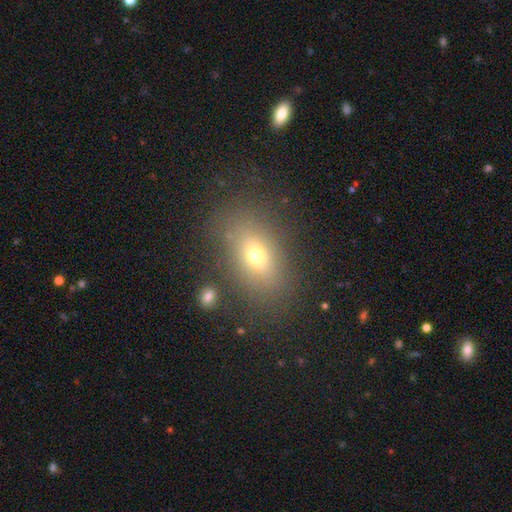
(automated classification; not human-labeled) This is likely a smooth galaxy (64%). How rounded: clearly in between (80%). Merging: likely none (78%).